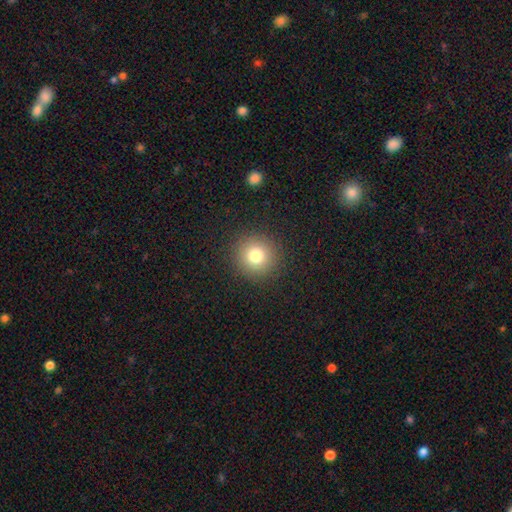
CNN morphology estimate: smooth-or-featured: smooth: 78% | star or artifact: 14% | featured or disk: 9%
  how-rounded: round: 94% | in between: 5% | cigar-shaped: 1%
  merging: none: 91% | minor disturbance: 5% | major disturbance: 3% | merger: 1%